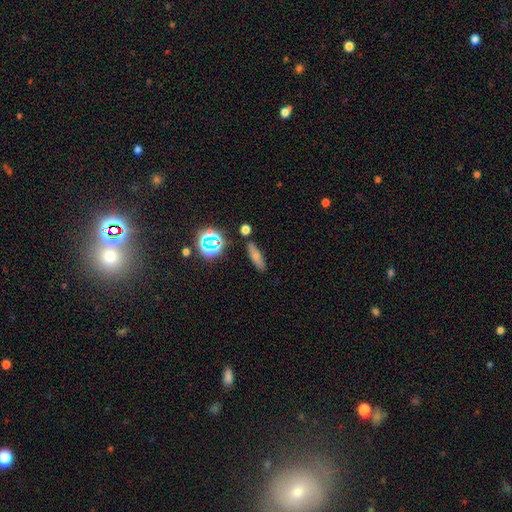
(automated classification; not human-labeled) Smooth or featured? smooth (67%)
How rounded? cigar-shaped (54%)
Merging? none (80%)